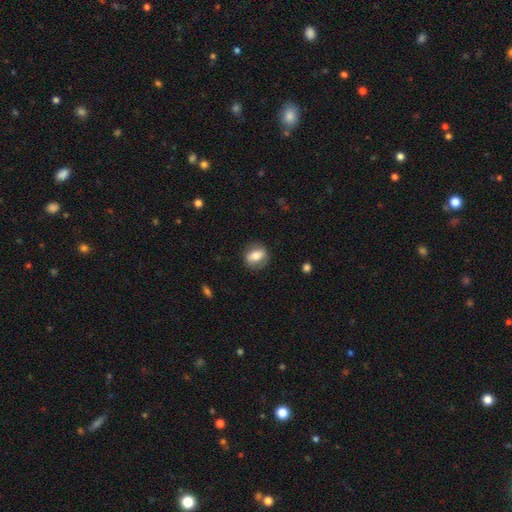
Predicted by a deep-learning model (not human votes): Smooth or featured? Predicted: smooth (p=0.66). How rounded? Predicted: in between (p=0.56). Merging? Predicted: none (p=0.81).